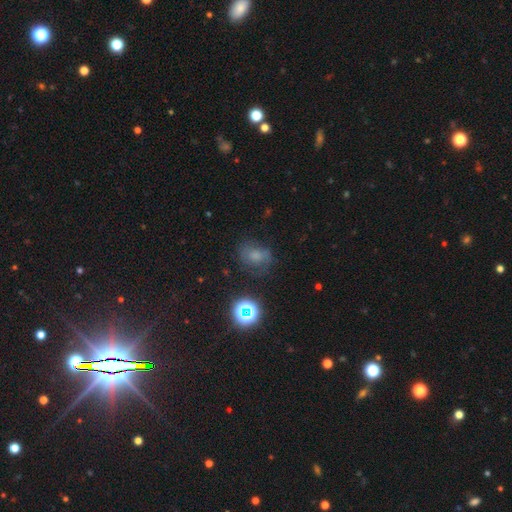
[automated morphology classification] Smooth or featured? Predicted: smooth (p=0.50). How rounded? Predicted: in between (p=0.53). Merging? Predicted: none (p=0.61).